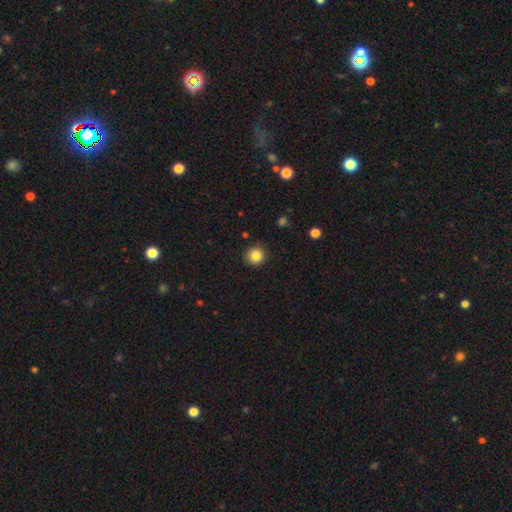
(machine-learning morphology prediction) smooth-or-featured: smooth: 84% | star or artifact: 11% | featured or disk: 5%
  how-rounded: round: 93% | in between: 6% | cigar-shaped: 1%
  merging: none: 90% | minor disturbance: 7% | major disturbance: 2% | merger: 1%